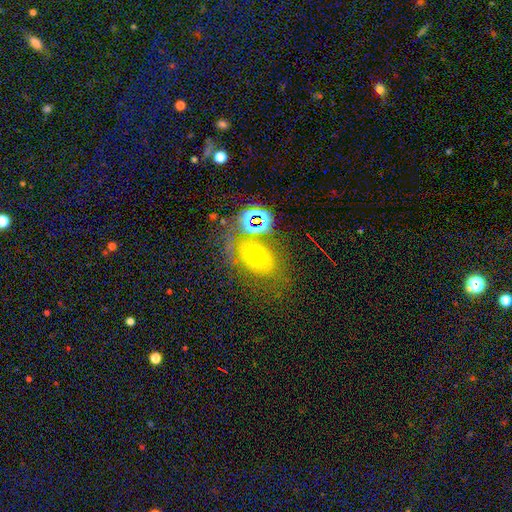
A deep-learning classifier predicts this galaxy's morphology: type=smooth (44%); merging=none (54%).